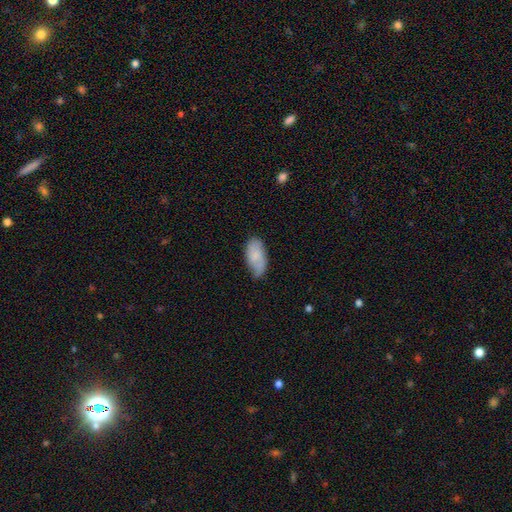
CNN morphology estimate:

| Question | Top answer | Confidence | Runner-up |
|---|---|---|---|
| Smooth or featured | smooth | 73% | featured or disk (20%) |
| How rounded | in between | 93% | cigar-shaped (5%) |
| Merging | none | 62% | minor disturbance (30%) |